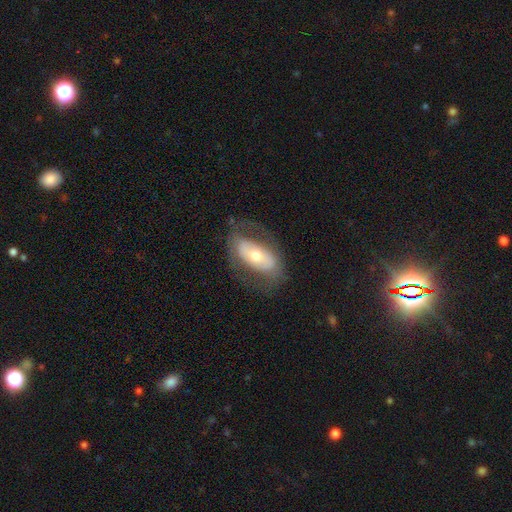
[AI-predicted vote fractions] A featured or disk galaxy (54%). Merging: none (69%).